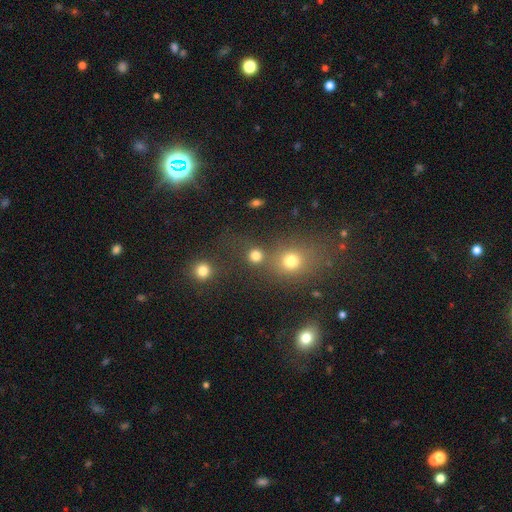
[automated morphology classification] Q: Smooth or featured?
A: smooth (79%); runner-up: star or artifact (15%)
Q: How rounded?
A: round (89%); runner-up: in between (10%)
Q: Merging?
A: none (65%); runner-up: merger (22%)